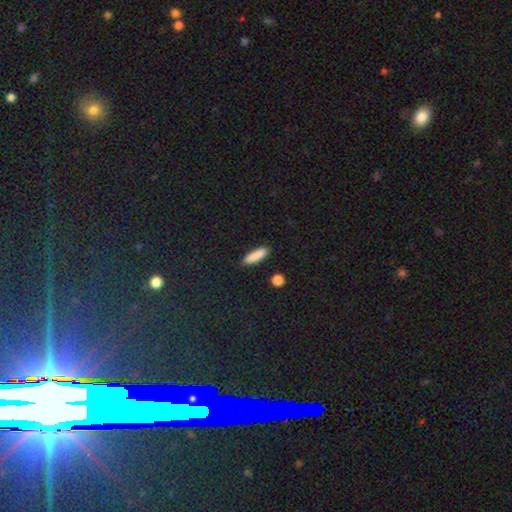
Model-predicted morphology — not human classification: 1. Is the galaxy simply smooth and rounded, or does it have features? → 87% smooth, 7% star or artifact, 6% featured or disk.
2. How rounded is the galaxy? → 67% cigar-shaped, 30% in between, 2% round.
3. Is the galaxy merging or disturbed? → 88% none, 8% minor disturbance, 2% merger, 2% major disturbance.